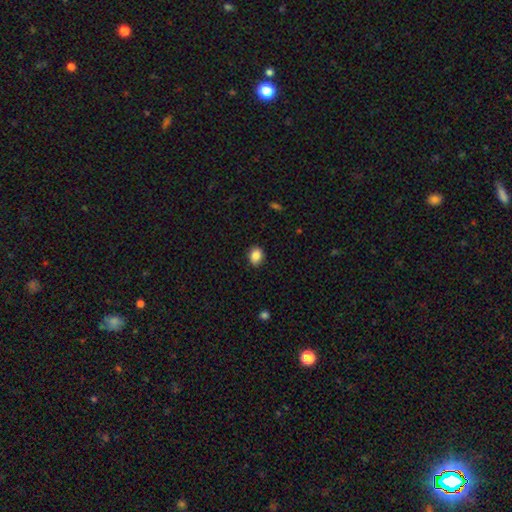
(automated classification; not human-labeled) Smooth or featured? smooth (87%)
How rounded? round (51%)
Merging? none (88%)